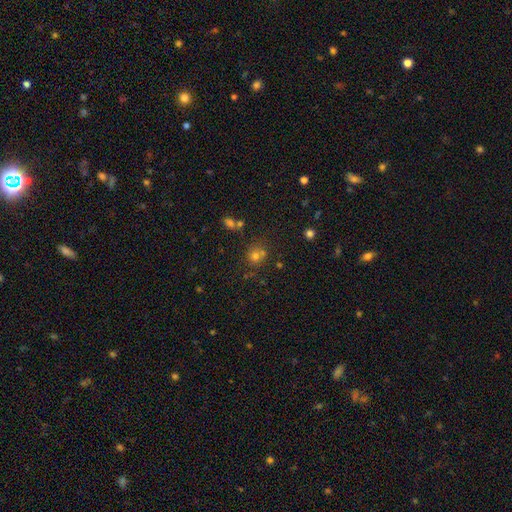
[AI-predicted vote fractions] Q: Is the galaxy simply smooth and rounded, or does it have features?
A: smooth — 62%.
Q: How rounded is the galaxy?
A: round — 86%.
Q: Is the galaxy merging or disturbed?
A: none — 66%.